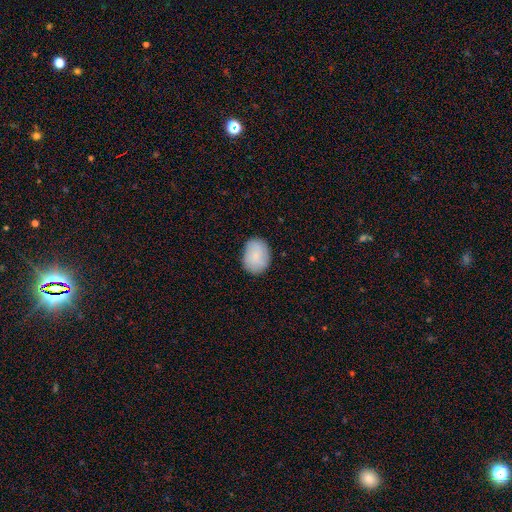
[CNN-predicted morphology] Smooth or featured? smooth (82%)
How rounded? in between (60%)
Merging? none (81%)